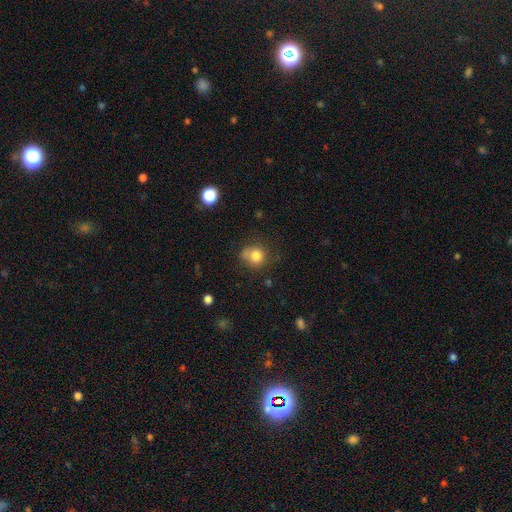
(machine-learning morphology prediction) smooth-or-featured: smooth: 80% | star or artifact: 11% | featured or disk: 9%
  how-rounded: round: 81% | in between: 18% | cigar-shaped: 1%
  merging: none: 61% | minor disturbance: 24% | major disturbance: 8% | merger: 6%